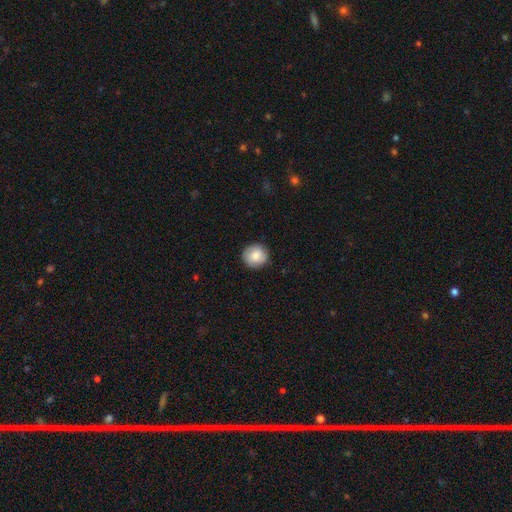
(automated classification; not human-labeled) smooth-or-featured: smooth: 78% | featured or disk: 14% | star or artifact: 7%
  how-rounded: round: 92% | in between: 7% | cigar-shaped: 1%
  merging: none: 88% | minor disturbance: 9% | major disturbance: 2% | merger: 1%